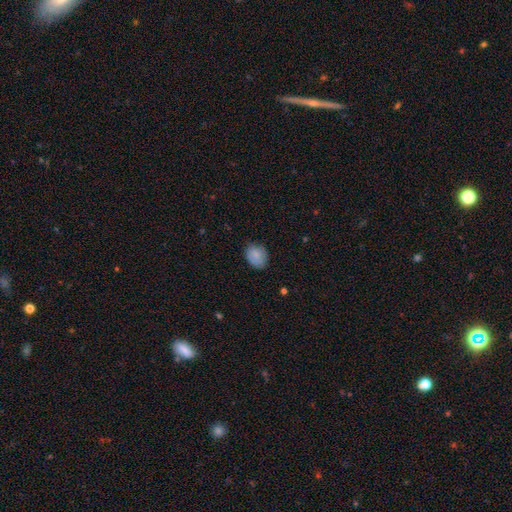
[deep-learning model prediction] A smooth galaxy with no disk features (85%) that is in between round and cigar-shaped (54%).

Vote fractions:
- Smooth or featured? smooth: 85% / star or artifact: 8% / featured or disk: 7%
- How rounded? in between: 54% / round: 45% / cigar-shaped: 1%
- Merging? none: 75% / minor disturbance: 20% / major disturbance: 4% / merger: 1%